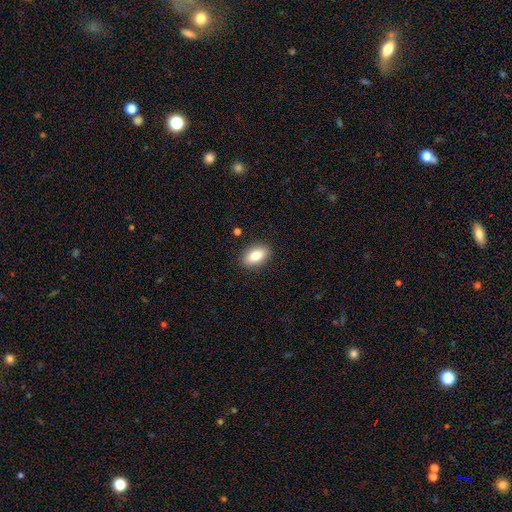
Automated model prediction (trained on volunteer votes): Overall: smooth (82%). How rounded: in between (90%). Merging: none (89%).